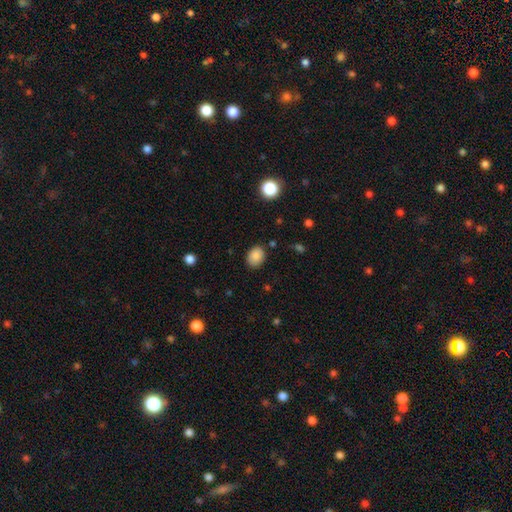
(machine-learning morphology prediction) The model was most divided on "how rounded": in between: 66%, round: 34%, cigar-shaped: 1%. More confident: smooth or featured — smooth (86%); merging — none (84%).